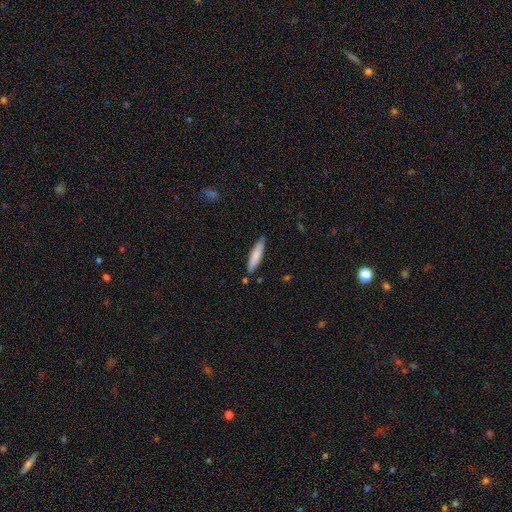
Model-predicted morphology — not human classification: smooth_or_featured: smooth (p=0.80) [alt: featured or disk p=0.15]
how_rounded: cigar-shaped (p=0.84) [alt: in between p=0.14]
merging: none (p=0.85) [alt: minor disturbance p=0.11]